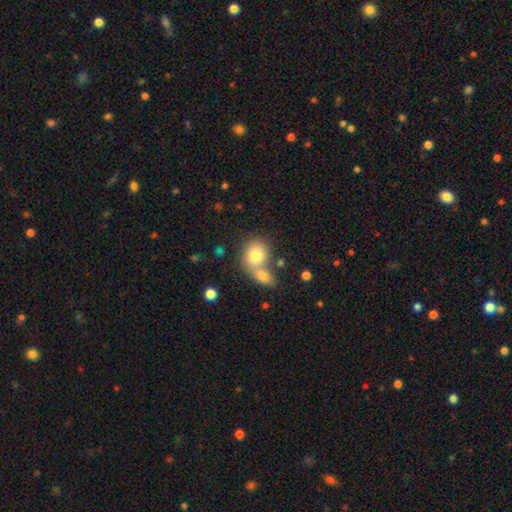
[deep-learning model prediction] smooth 79%, featured or disk 13%, star or artifact 8%. Down the decision tree: how rounded — round (56%); merging — merger (51%).